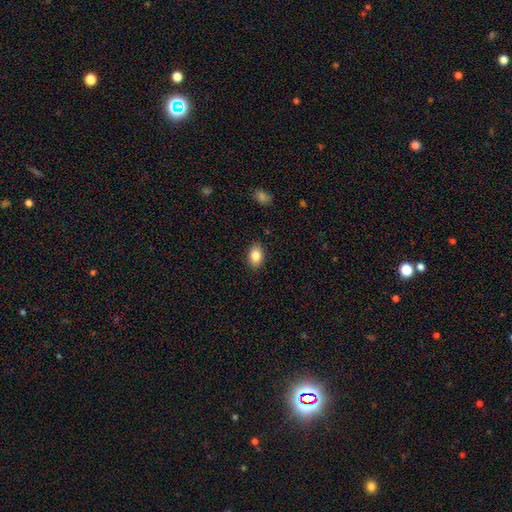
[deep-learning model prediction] Overall: smooth (84%). How rounded: in between (83%). Merging: none (88%).